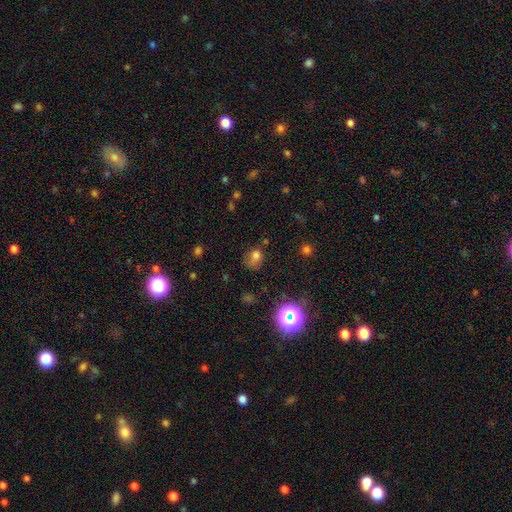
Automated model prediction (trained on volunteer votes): Smooth or featured? smooth (70%)
How rounded? round (52%)
Merging? none (48%)